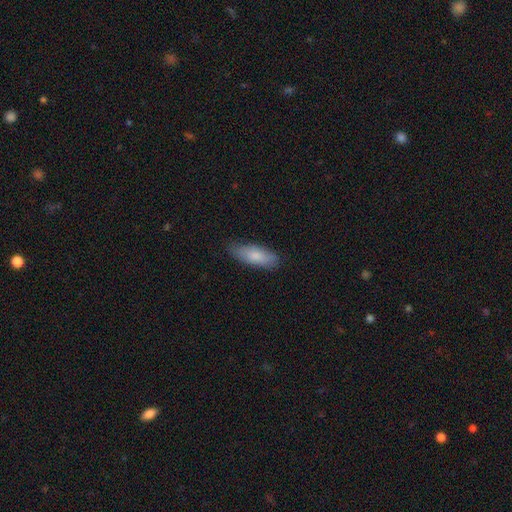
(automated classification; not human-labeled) Smooth or featured: smooth — 81% (featured or disk — 13%)
How rounded: in between — 62% (cigar-shaped — 36%)
Merging: none — 82% (minor disturbance — 14%)